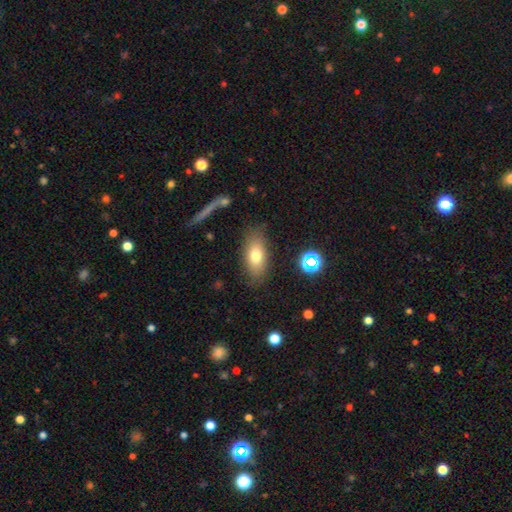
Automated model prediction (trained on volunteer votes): Smooth or featured?
  - smooth: 74% *
  - featured or disk: 17%
  - star or artifact: 9%
How rounded?
  - in between: 84% *
  - cigar-shaped: 10%
  - round: 6%
Merging?
  - none: 81% *
  - minor disturbance: 12%
  - major disturbance: 4%
  - merger: 2%